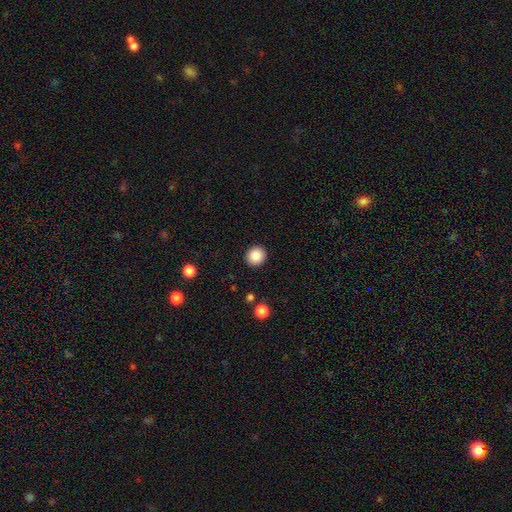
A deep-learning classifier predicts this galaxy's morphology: Smooth or featured? smooth (86%)
How rounded? round (92%)
Merging? none (92%)